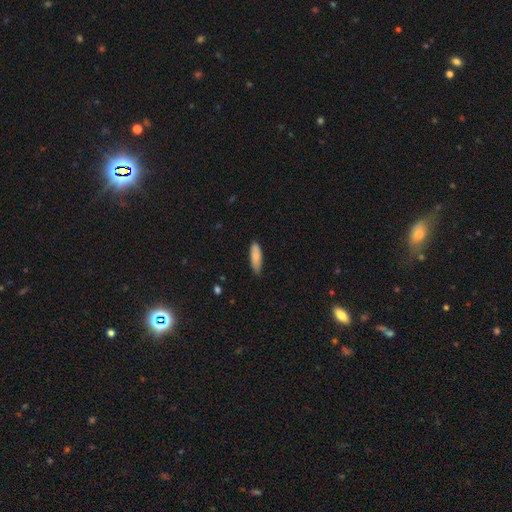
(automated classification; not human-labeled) Smooth or featured? smooth (83%)
How rounded? in between (51%)
Merging? none (73%)